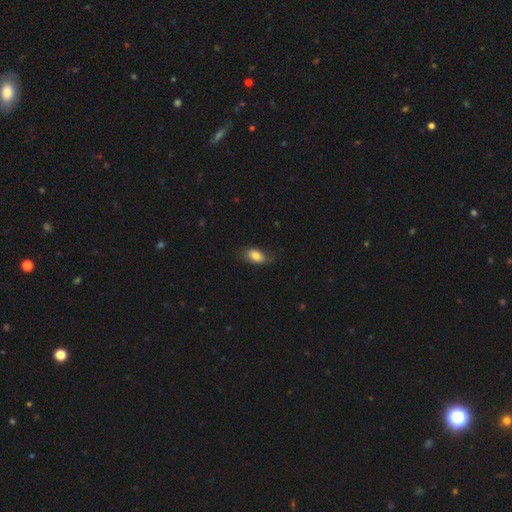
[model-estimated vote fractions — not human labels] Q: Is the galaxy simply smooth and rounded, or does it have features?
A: smooth — 77%.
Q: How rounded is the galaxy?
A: in between — 89%.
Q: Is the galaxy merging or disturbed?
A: none — 61%.